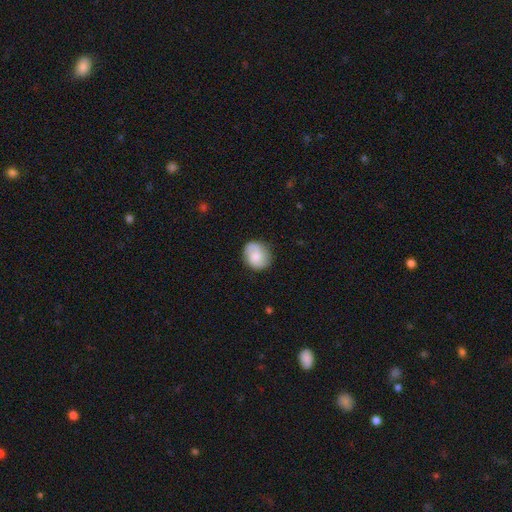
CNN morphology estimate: Q: Smooth or featured?
A: smooth (61%); runner-up: featured or disk (31%)
Q: How rounded?
A: round (67%); runner-up: in between (32%)
Q: Merging?
A: none (76%); runner-up: minor disturbance (18%)